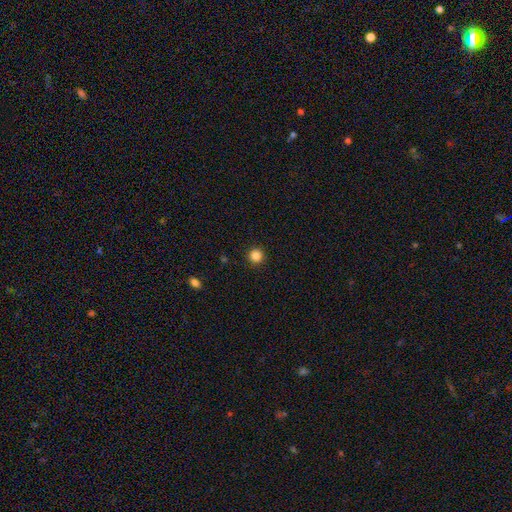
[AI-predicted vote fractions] Smooth or featured? Predicted: smooth (p=0.85). How rounded? Predicted: round (p=0.95). Merging? Predicted: none (p=0.93).